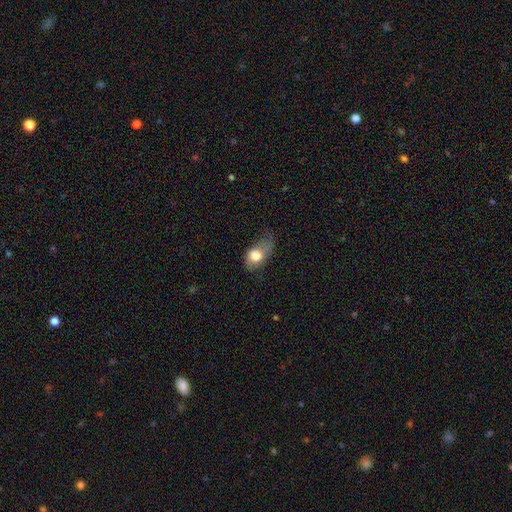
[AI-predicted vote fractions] This is likely a smooth galaxy (71%). How rounded: likely in between (79%). Merging: marginally major disturbance (39%).